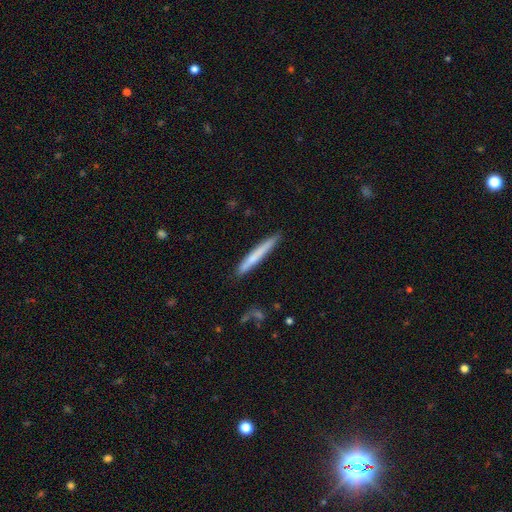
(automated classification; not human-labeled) Smooth or featured: smooth — 66% (featured or disk — 29%)
How rounded: cigar-shaped — 96% (in between — 3%)
Merging: none — 86% (minor disturbance — 11%)